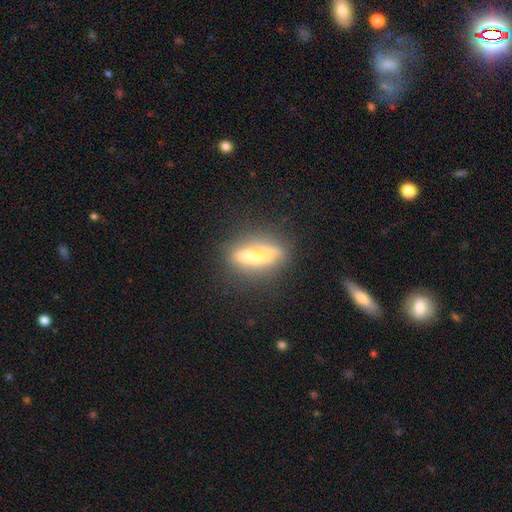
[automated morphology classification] smooth-or-featured: smooth: 50% | featured or disk: 42% | star or artifact: 9%
  merging: none: 77% | minor disturbance: 15% | major disturbance: 6% | merger: 2%